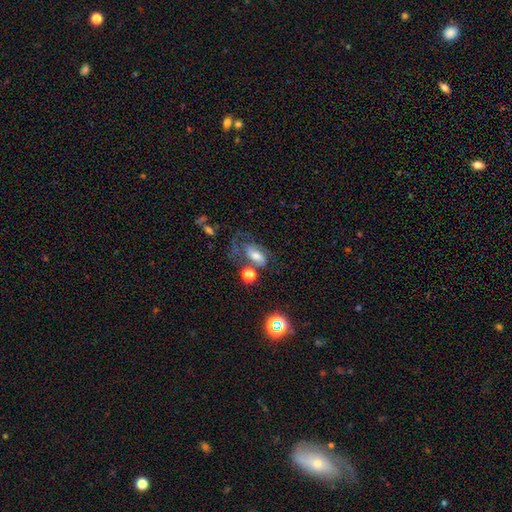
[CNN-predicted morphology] Smooth or featured? featured or disk (45%)
Merging? major disturbance (36%)